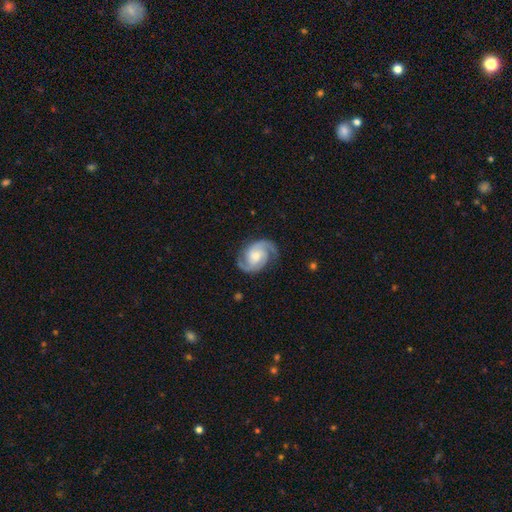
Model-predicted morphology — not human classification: type=featured or disk (90%); edge-on=no (98%); bar=no (59%); spiral arms=yes (98%); winding=medium (50%); arm count=2 (88%); bulge=moderate (51%); merging=none (80%).